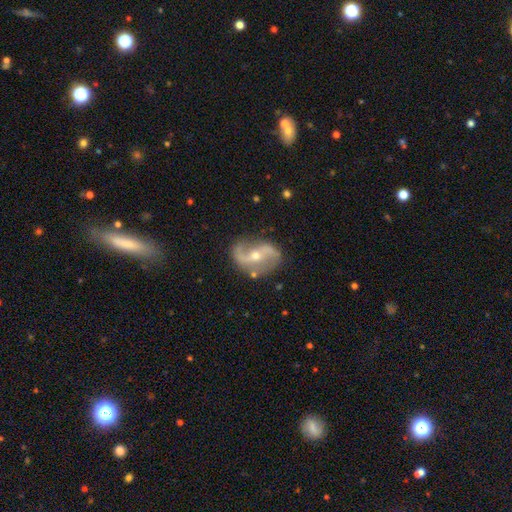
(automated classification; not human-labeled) Smooth or featured? Predicted: featured or disk (p=0.89). Edge-on disk? Predicted: no (p=0.97). Bar? Predicted: no (p=0.38). Spiral arms? Predicted: yes (p=0.96). Spiral winding? Predicted: loose (p=0.61). Spiral arm count? Predicted: 2 (p=0.93). Bulge size? Predicted: small (p=0.51). Merging? Predicted: none (p=0.80).